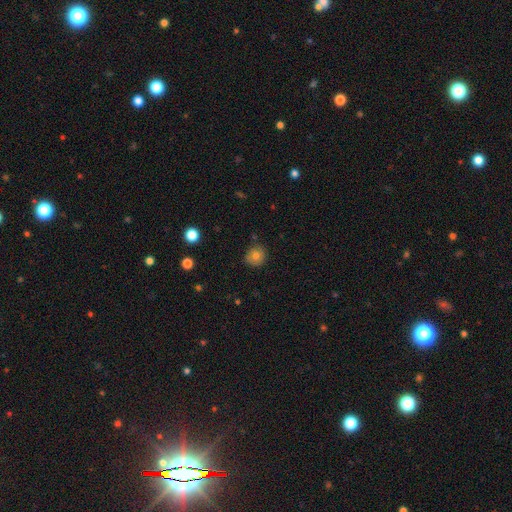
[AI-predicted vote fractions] Smooth or featured? Predicted: smooth (p=0.77). How rounded? Predicted: round (p=0.87). Merging? Predicted: none (p=0.80).